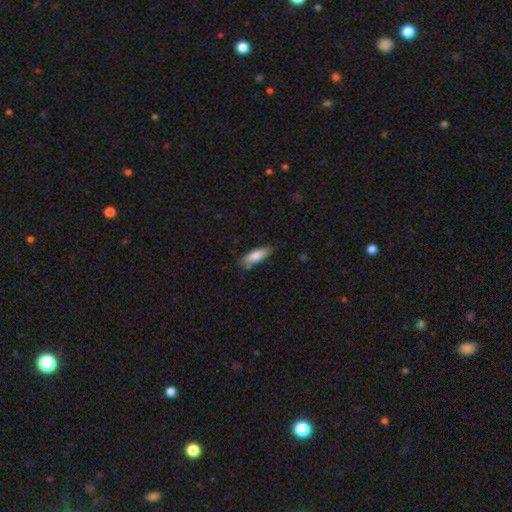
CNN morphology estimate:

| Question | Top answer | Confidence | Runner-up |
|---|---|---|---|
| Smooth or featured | smooth | 77% | featured or disk (16%) |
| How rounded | in between | 60% | cigar-shaped (38%) |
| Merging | none | 75% | minor disturbance (18%) |